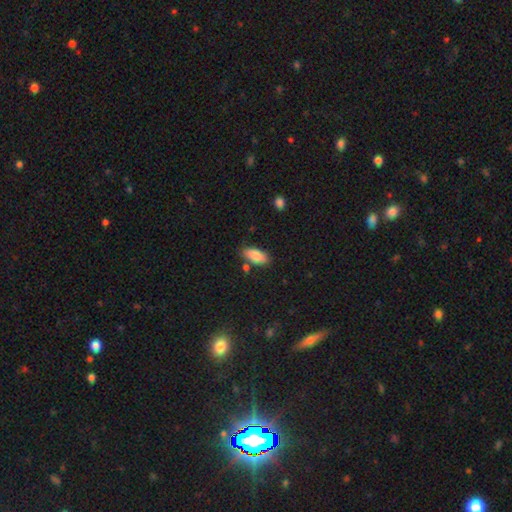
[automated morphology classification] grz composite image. It shows a smooth galaxy with no disk features (86%) that is in between round and cigar-shaped (89%). Merging: none (78%).